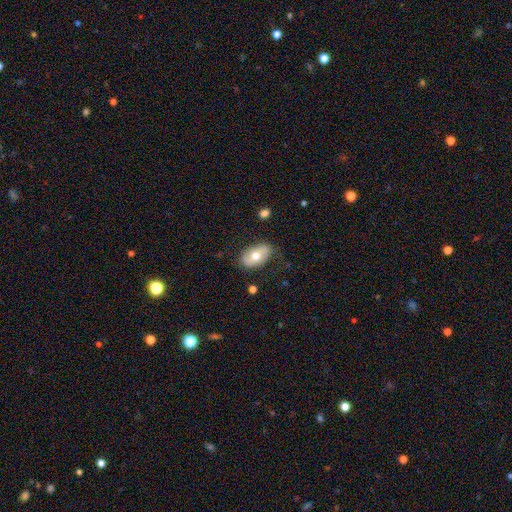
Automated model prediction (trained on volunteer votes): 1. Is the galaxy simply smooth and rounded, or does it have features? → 61% smooth, 33% featured or disk, 6% star or artifact.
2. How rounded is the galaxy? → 91% in between, 7% round, 2% cigar-shaped.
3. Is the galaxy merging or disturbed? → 76% none, 18% minor disturbance, 4% major disturbance, 1% merger.